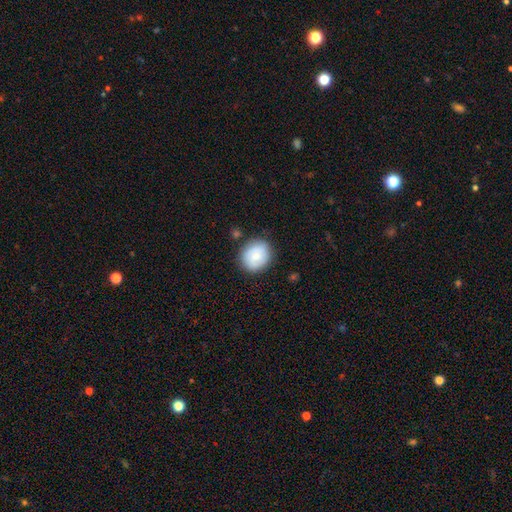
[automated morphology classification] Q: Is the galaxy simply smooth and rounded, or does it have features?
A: smooth — 75%.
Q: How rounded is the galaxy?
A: round — 77%.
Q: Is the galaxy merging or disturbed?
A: none — 81%.